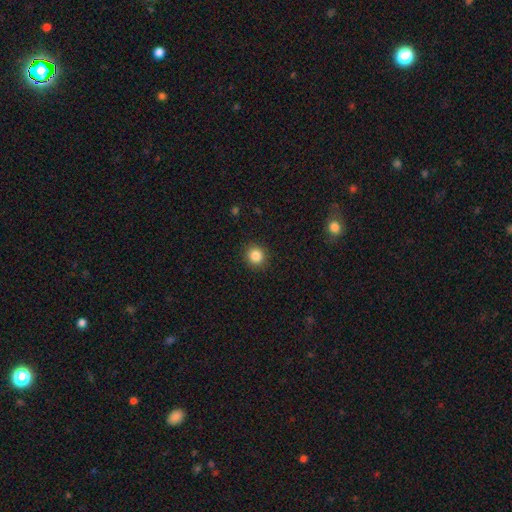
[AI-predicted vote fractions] smooth_or_featured: smooth (p=0.85) [alt: star or artifact p=0.11]
how_rounded: round (p=0.90) [alt: in between p=0.09]
merging: none (p=0.91) [alt: minor disturbance p=0.06]